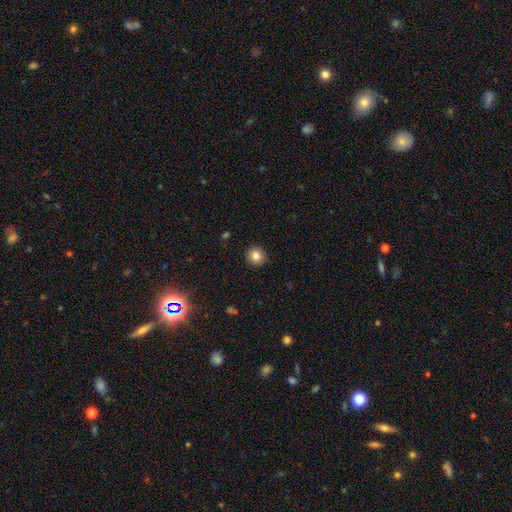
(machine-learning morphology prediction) smooth_or_featured: smooth (p=0.82) [alt: star or artifact p=0.11]
how_rounded: round (p=0.93) [alt: in between p=0.06]
merging: none (p=0.92) [alt: minor disturbance p=0.05]